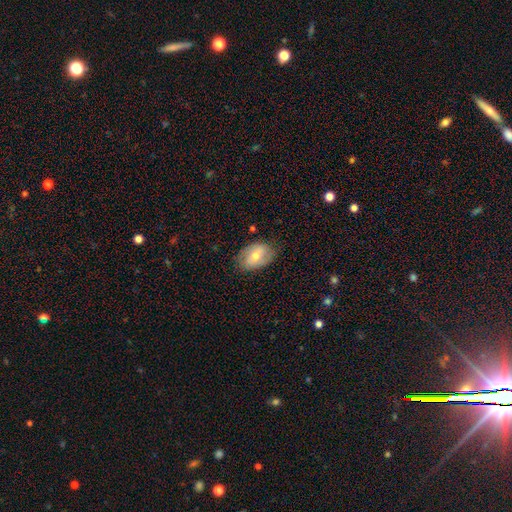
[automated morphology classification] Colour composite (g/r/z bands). It shows a smooth galaxy with no disk features (54%) that is in between round and cigar-shaped (86%). Merging: none (75%).